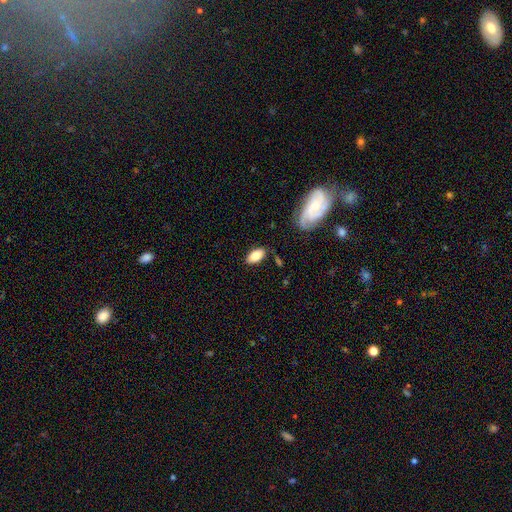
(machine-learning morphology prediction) Smooth or featured? smooth (81%)
How rounded? in between (92%)
Merging? none (80%)